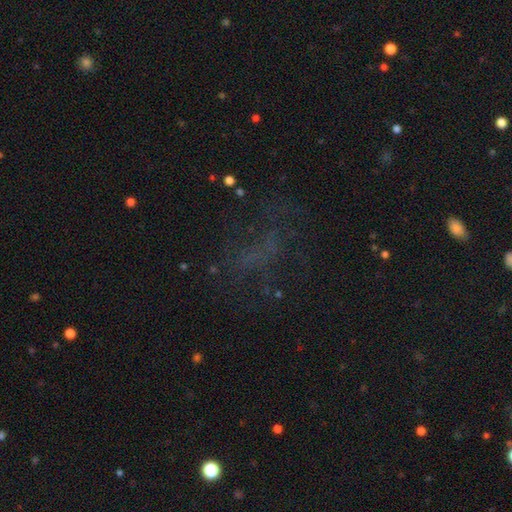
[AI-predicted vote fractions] Smooth or featured? Predicted: star or artifact (p=0.44).